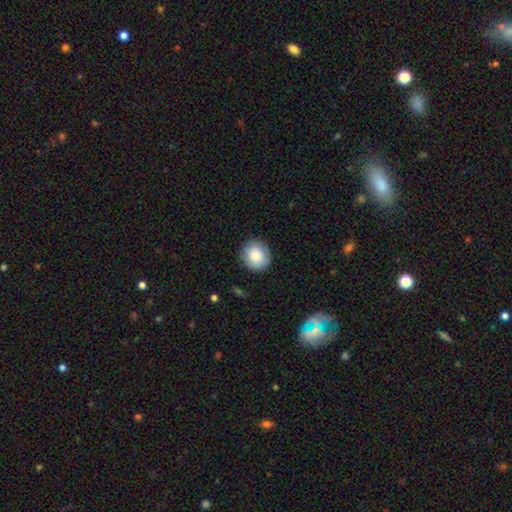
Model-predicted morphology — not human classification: smooth-or-featured: smooth: 86% | star or artifact: 7% | featured or disk: 7%
  how-rounded: round: 78% | in between: 21% | cigar-shaped: 1%
  merging: none: 86% | minor disturbance: 10% | major disturbance: 2% | merger: 1%